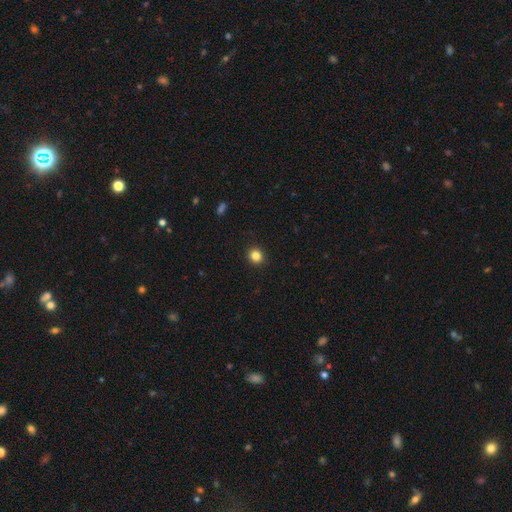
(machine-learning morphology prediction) Smooth or featured: smooth — 84% (star or artifact — 11%)
How rounded: round — 84% (in between — 15%)
Merging: none — 92% (minor disturbance — 5%)